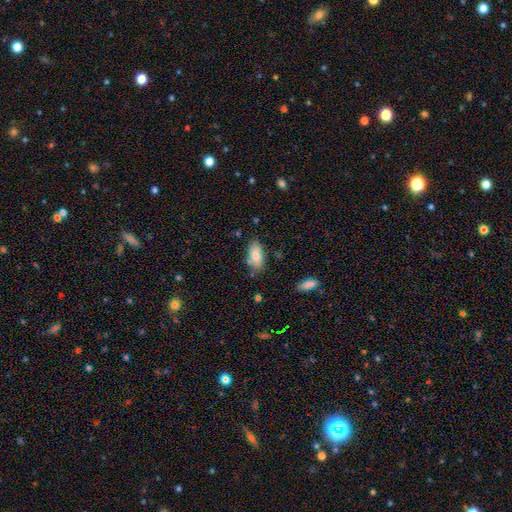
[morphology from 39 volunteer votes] smooth_or_featured: smooth (p=0.74) [alt: featured or disk p=0.15]
how_rounded: in between (p=0.90) [alt: cigar-shaped p=0.07]
merging: none (p=0.80) [alt: minor disturbance p=0.11]